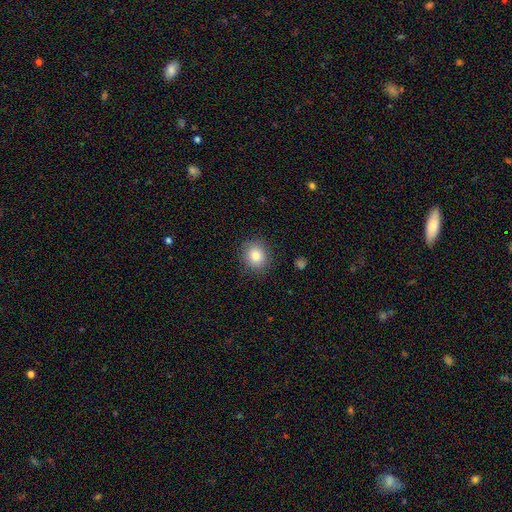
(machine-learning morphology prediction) smooth-or-featured: smooth: 83% | star or artifact: 9% | featured or disk: 8%
  how-rounded: round: 77% | in between: 22% | cigar-shaped: 1%
  merging: none: 86% | minor disturbance: 10% | major disturbance: 3% | merger: 1%